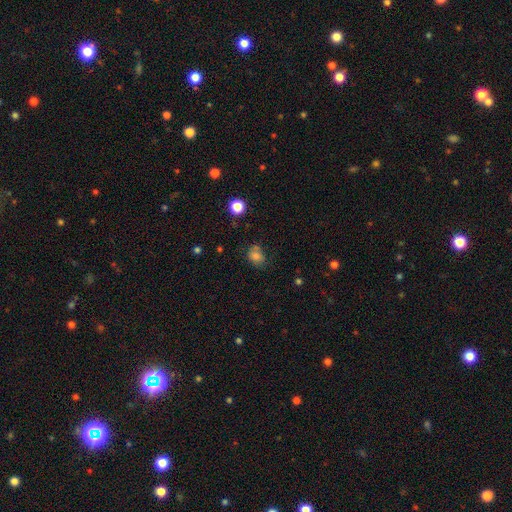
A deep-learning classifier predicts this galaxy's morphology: smooth 76%, star or artifact 14%, featured or disk 10%. Down the decision tree: how rounded — round (53%); merging — none (62%).